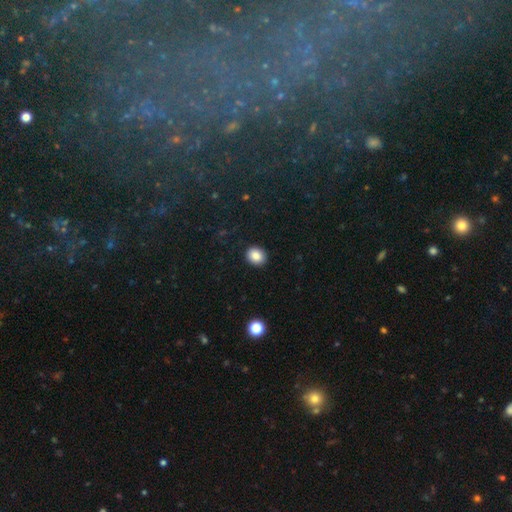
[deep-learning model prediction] Smooth or featured? smooth (87%)
How rounded? round (58%)
Merging? none (91%)